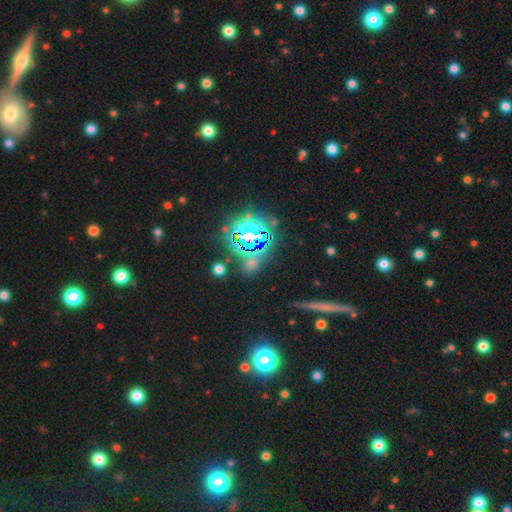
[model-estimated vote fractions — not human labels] Smooth or featured?
  - star or artifact: 73% *
  - smooth: 17%
  - featured or disk: 11%